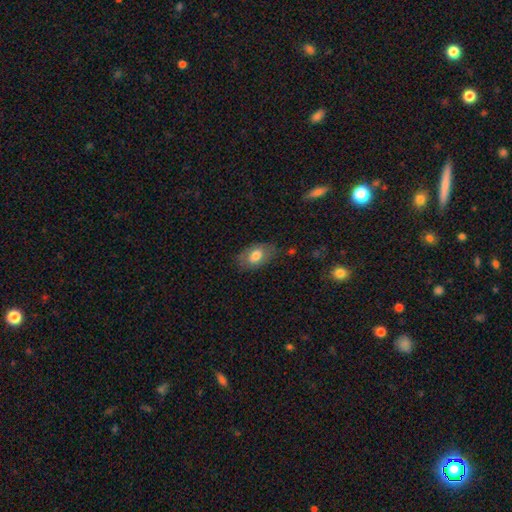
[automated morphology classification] Q: Smooth or featured?
A: smooth (73%); runner-up: featured or disk (20%)
Q: How rounded?
A: in between (91%); runner-up: round (7%)
Q: Merging?
A: none (75%); runner-up: minor disturbance (19%)